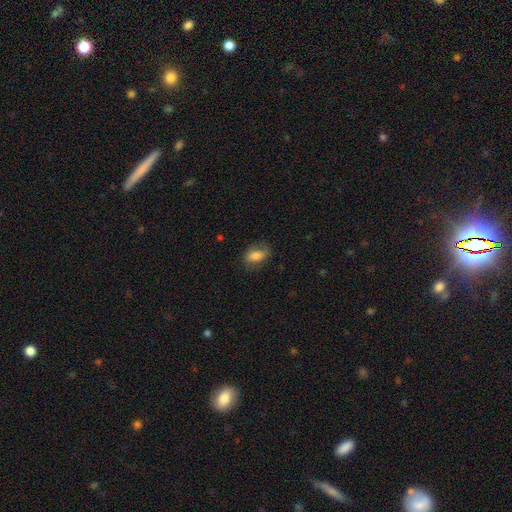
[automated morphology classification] A smooth galaxy with no disk features (67%) that is in between round and cigar-shaped (81%).

Vote fractions:
- Smooth or featured? smooth: 67% / featured or disk: 25% / star or artifact: 8%
- How rounded? in between: 81% / round: 14% / cigar-shaped: 5%
- Merging? none: 68% / minor disturbance: 22% / major disturbance: 9% / merger: 1%